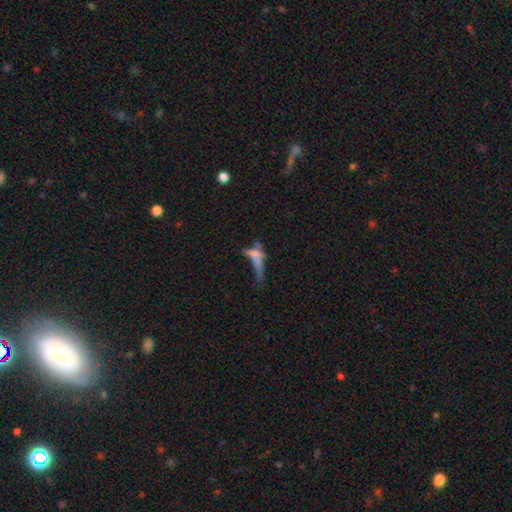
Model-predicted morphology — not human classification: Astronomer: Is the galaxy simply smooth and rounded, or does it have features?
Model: smooth — 49% (runner-up: featured or disk, 35%).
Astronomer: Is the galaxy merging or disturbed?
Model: major disturbance — 32% (runner-up: merger, 28%).